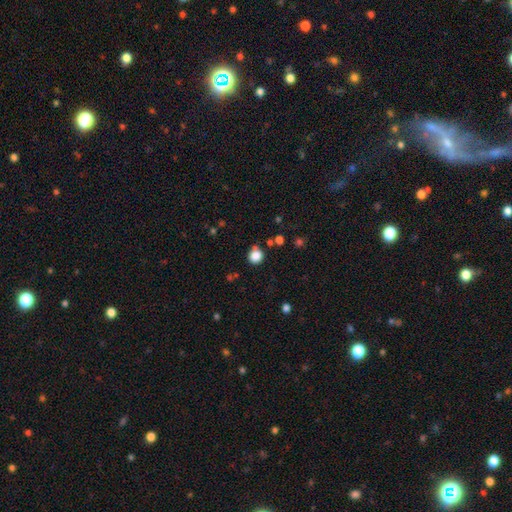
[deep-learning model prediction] Smooth or featured?
  - smooth: 84% *
  - star or artifact: 12%
  - featured or disk: 4%
How rounded?
  - round: 87% *
  - in between: 12%
  - cigar-shaped: 1%
Merging?
  - none: 78% *
  - minor disturbance: 12%
  - merger: 6%
  - major disturbance: 4%